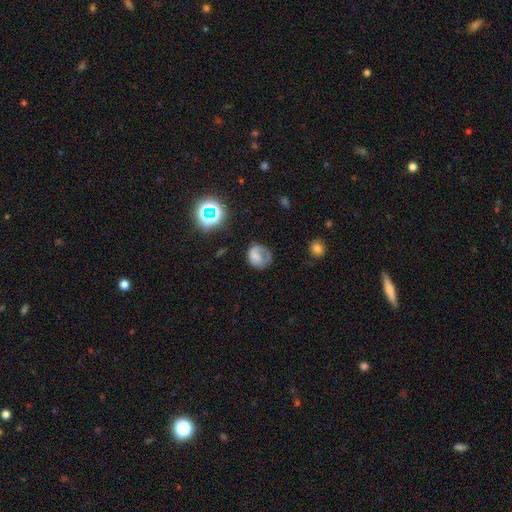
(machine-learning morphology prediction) Smooth or featured? Predicted: smooth (p=0.62). How rounded? Predicted: round (p=0.68). Merging? Predicted: none (p=0.48).